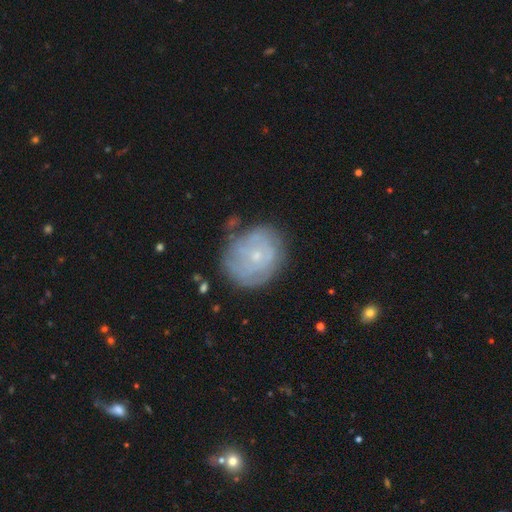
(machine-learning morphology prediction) Smooth or featured: featured or disk — 63% (smooth — 29%)
Edge-on disk: no — 97% (yes — 3%)
Bar: no — 81% (weak — 16%)
Spiral arms: yes — 71% (no — 29%)
Bulge size: small — 79% (moderate — 16%)
Merging: none — 70% (minor disturbance — 20%)